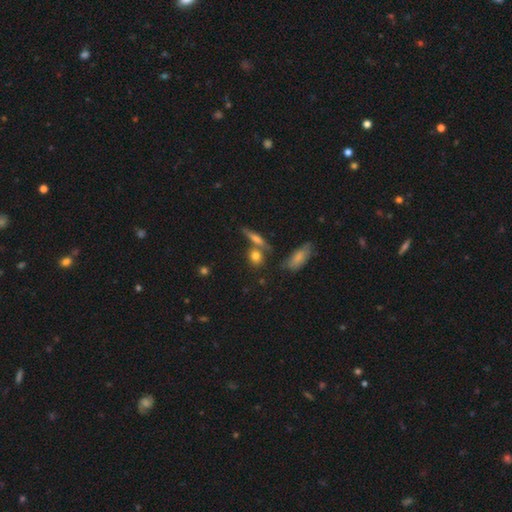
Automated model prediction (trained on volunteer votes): Q: Smooth or featured?
A: smooth (74%); runner-up: featured or disk (15%)
Q: How rounded?
A: round (56%); runner-up: in between (31%)
Q: Merging?
A: none (62%); runner-up: merger (22%)